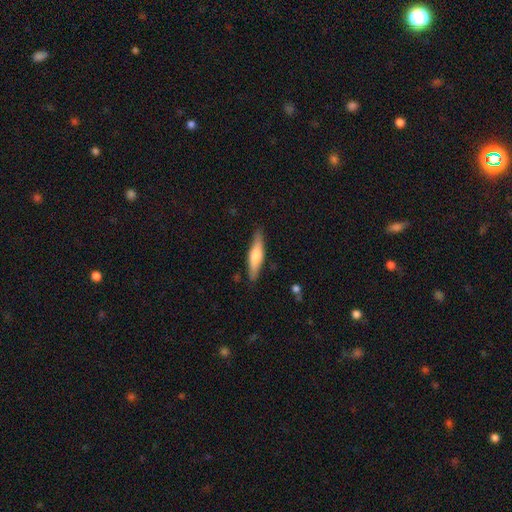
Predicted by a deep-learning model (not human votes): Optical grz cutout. It shows a smooth galaxy with no disk features (53%) that is cigar-shaped (73%). Merging: none (85%).